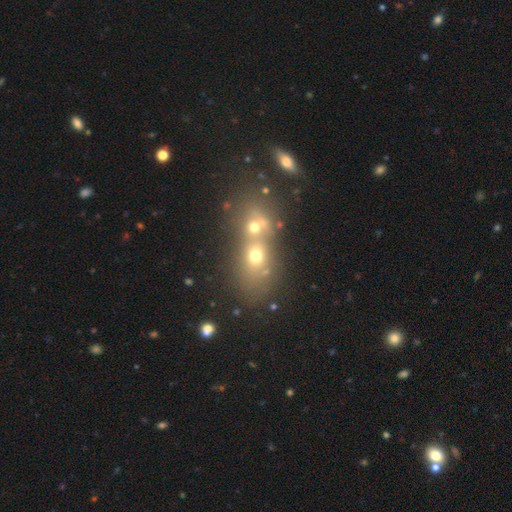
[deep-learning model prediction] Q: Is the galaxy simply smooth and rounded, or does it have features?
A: smooth — 54%.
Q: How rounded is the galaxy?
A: round — 50%.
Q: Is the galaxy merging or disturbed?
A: merger — 66%.